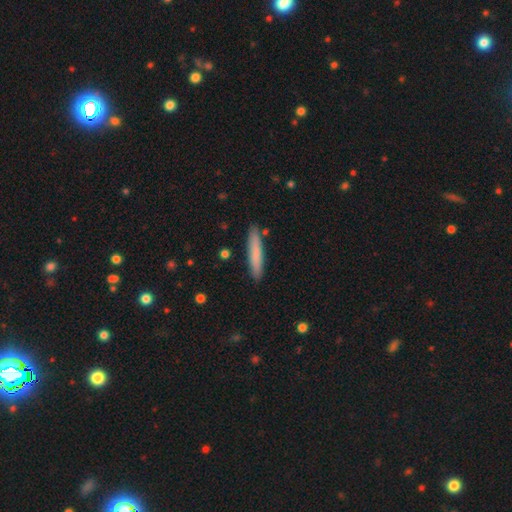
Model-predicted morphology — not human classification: Q: Smooth or featured?
A: smooth (78%); runner-up: featured or disk (16%)
Q: How rounded?
A: cigar-shaped (92%); runner-up: in between (7%)
Q: Merging?
A: none (87%); runner-up: minor disturbance (9%)